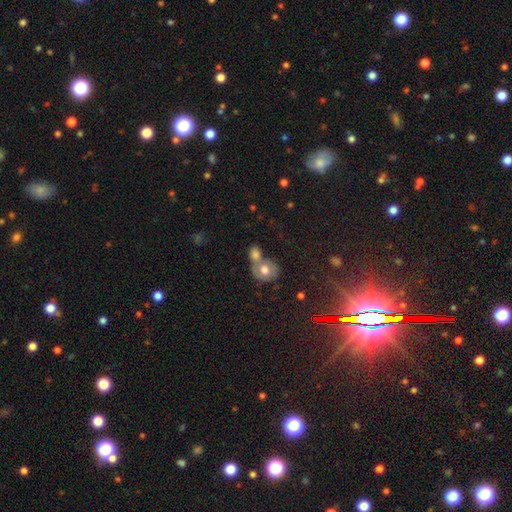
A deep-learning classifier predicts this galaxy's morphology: type=smooth (56%); roundness=round (68%); merging=merger (53%).